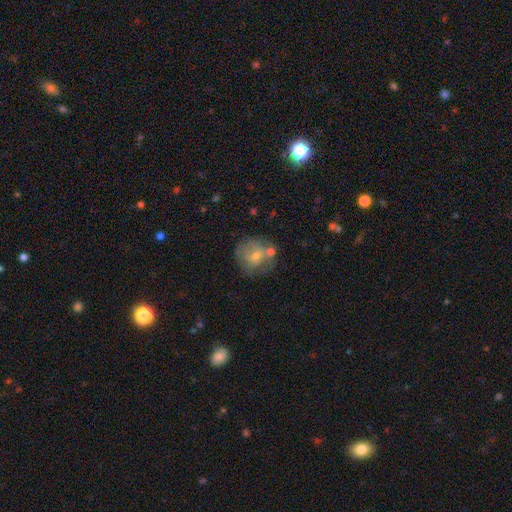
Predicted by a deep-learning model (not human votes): This appears to be a smooth galaxy with no disk features (46%). Merging: none (58%).